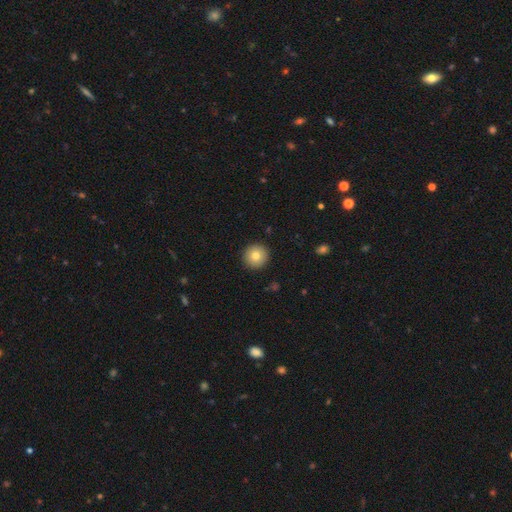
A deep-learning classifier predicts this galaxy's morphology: Smooth or featured?
  - smooth: 80% *
  - featured or disk: 11%
  - star or artifact: 10%
How rounded?
  - round: 95% *
  - in between: 4%
  - cigar-shaped: 1%
Merging?
  - none: 92% *
  - minor disturbance: 5%
  - major disturbance: 2%
  - merger: 1%